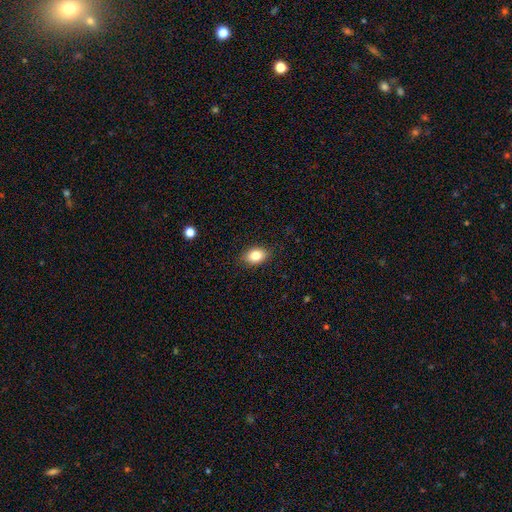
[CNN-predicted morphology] type=smooth (82%); roundness=in between (79%); merging=none (87%).